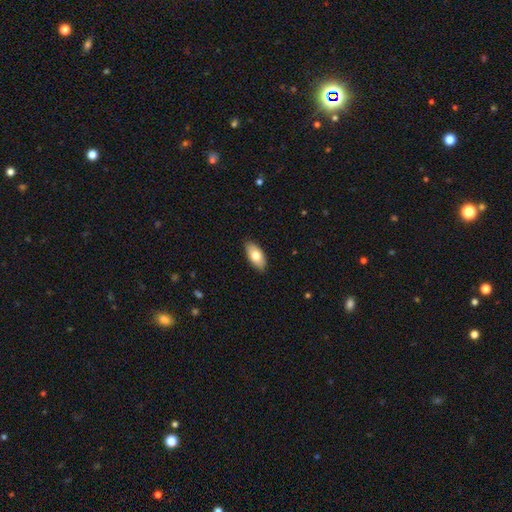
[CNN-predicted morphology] A smooth galaxy with no disk features (76%) that is in between round and cigar-shaped (92%). Merging: none (87%).